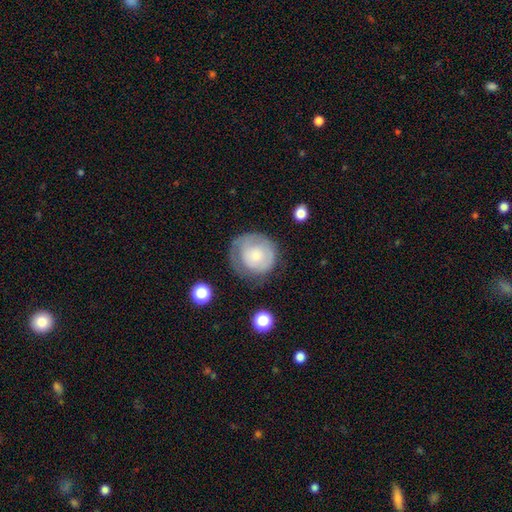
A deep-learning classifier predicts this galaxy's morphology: type=smooth (56%); roundness=round (88%); merging=none (56%).